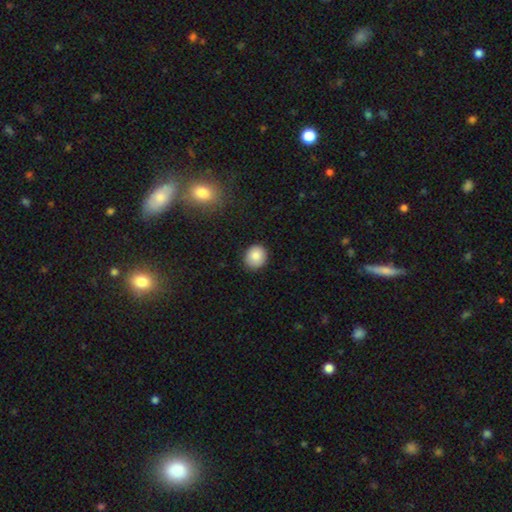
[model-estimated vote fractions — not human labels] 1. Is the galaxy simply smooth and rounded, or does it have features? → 85% smooth, 9% star or artifact, 6% featured or disk.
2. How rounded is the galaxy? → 84% round, 15% in between, 1% cigar-shaped.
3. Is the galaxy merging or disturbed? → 88% none, 9% minor disturbance, 2% major disturbance, 1% merger.